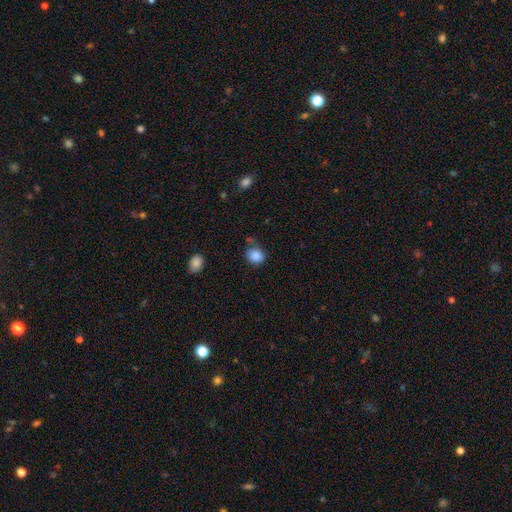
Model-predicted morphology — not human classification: Smooth or featured: smooth — 86% (star or artifact — 9%)
How rounded: round — 68% (in between — 31%)
Merging: none — 63% (minor disturbance — 24%)